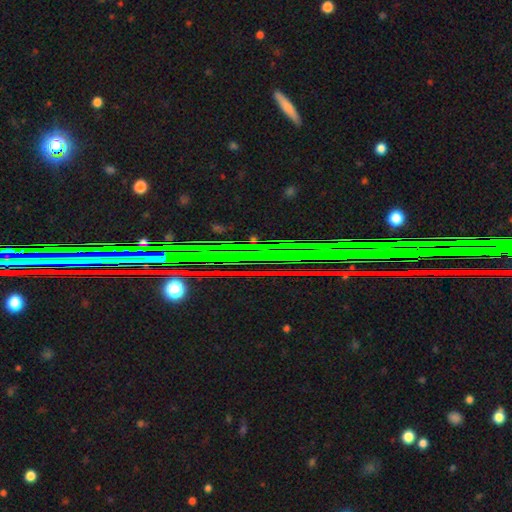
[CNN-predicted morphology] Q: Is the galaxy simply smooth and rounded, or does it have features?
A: star or artifact — 77%.